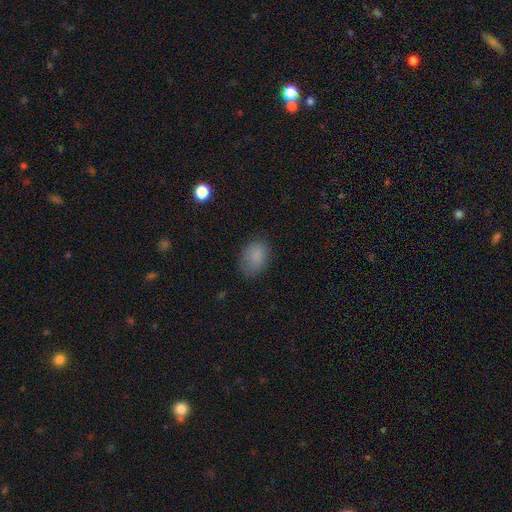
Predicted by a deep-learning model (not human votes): A smooth galaxy with no disk features (86%) that is in between round and cigar-shaped (80%).

Vote fractions:
- Smooth or featured? smooth: 86% / star or artifact: 9% / featured or disk: 5%
- How rounded? in between: 80% / round: 19% / cigar-shaped: 1%
- Merging? none: 75% / minor disturbance: 19% / major disturbance: 5% / merger: 1%